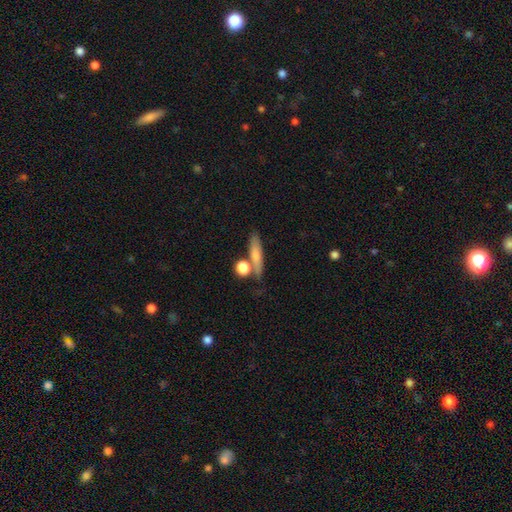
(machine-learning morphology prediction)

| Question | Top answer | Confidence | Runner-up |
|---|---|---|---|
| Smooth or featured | smooth | 70% | featured or disk (22%) |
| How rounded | cigar-shaped | 62% | in between (25%) |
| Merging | none | 64% | merger (17%) |